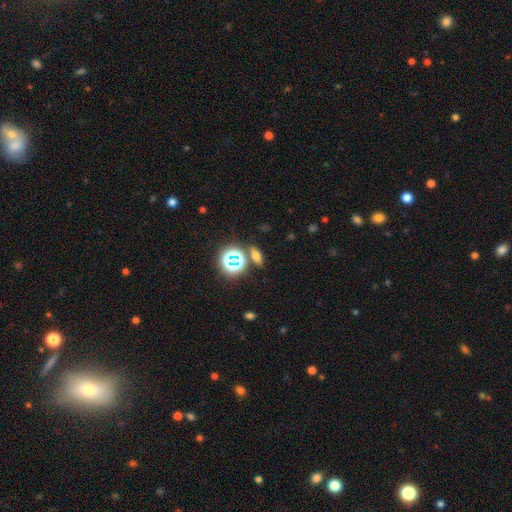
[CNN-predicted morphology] Smooth or featured: smooth — 55% (star or artifact — 30%)
How rounded: in between — 60% (cigar-shaped — 21%)
Merging: none — 80% (minor disturbance — 9%)